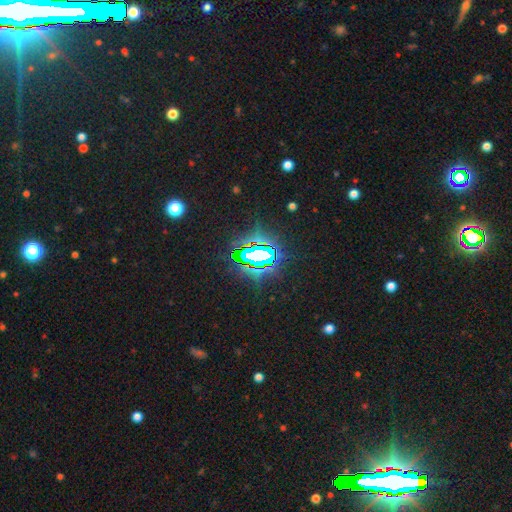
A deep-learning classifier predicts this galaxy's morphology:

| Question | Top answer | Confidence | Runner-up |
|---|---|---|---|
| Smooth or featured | star or artifact | 74% | smooth (13%) |